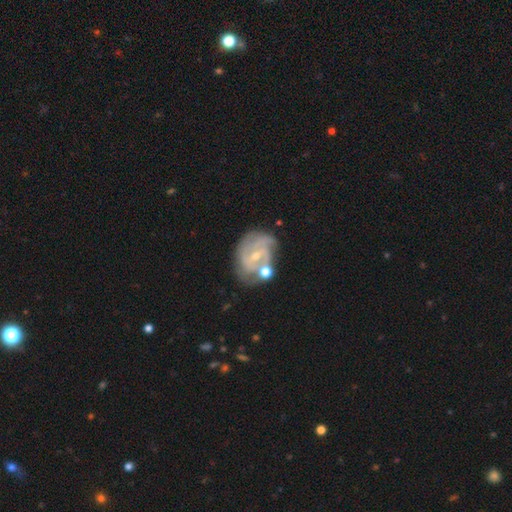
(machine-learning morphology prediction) This is clearly a featured or disk galaxy (81%). It is clearly not viewed edge-on (97%). Bar: possibly weak (47%). Spiral arm pattern: clearly yes (91%). Spiral arm count: marginally 2 (37%). Spiral winding: marginally tight (44%). Central bulge: likely small (65%). Merging: possibly none (50%).